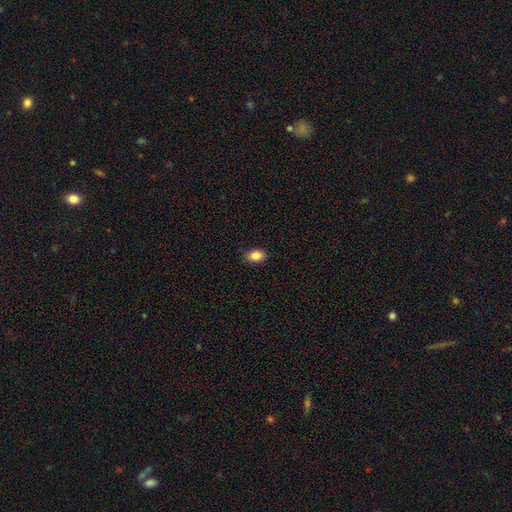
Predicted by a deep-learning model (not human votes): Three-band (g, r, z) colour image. It shows a smooth galaxy with no disk features (87%) that is in between round and cigar-shaped (79%). Merging: none (89%).